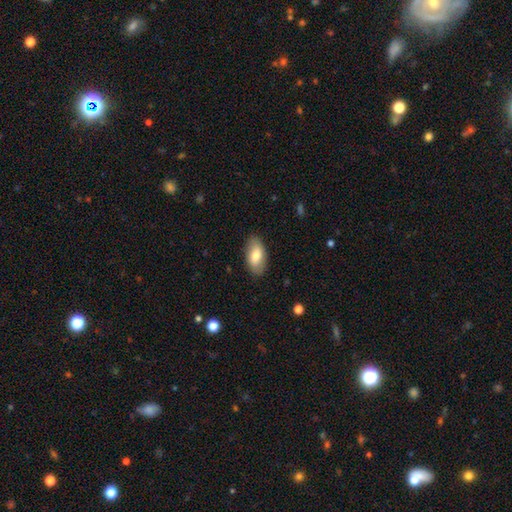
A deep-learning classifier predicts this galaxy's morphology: Smooth or featured? Predicted: smooth (p=0.76). How rounded? Predicted: in between (p=0.93). Merging? Predicted: none (p=0.84).